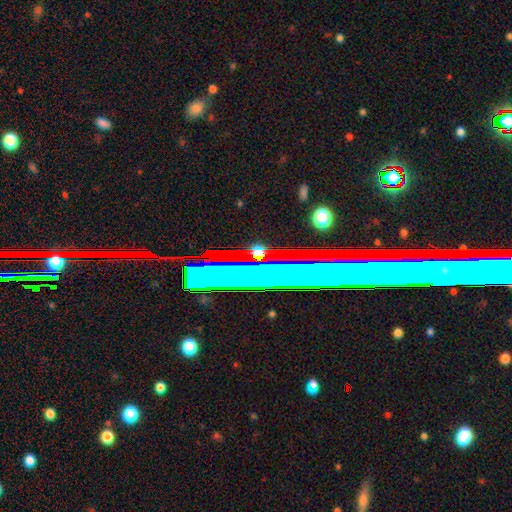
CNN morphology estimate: A star or artifact, not a galaxy (52%).

Vote fractions:
- Smooth or featured? star or artifact: 52% / featured or disk: 33% / smooth: 15%